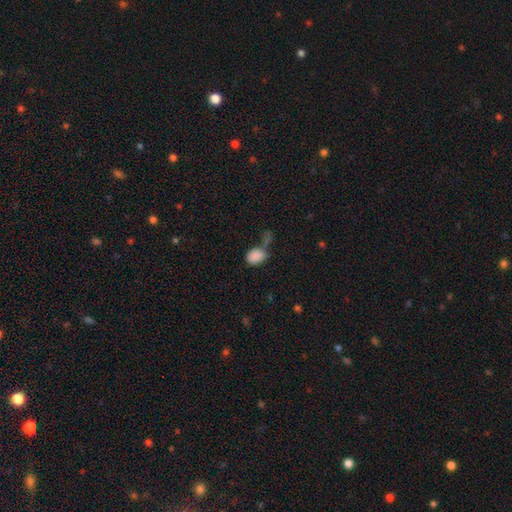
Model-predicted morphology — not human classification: Smooth or featured?
  - smooth: 85% *
  - star or artifact: 10%
  - featured or disk: 6%
How rounded?
  - in between: 77% *
  - round: 21%
  - cigar-shaped: 1%
Merging?
  - none: 35% *
  - merger: 31%
  - minor disturbance: 19%
  - major disturbance: 15%